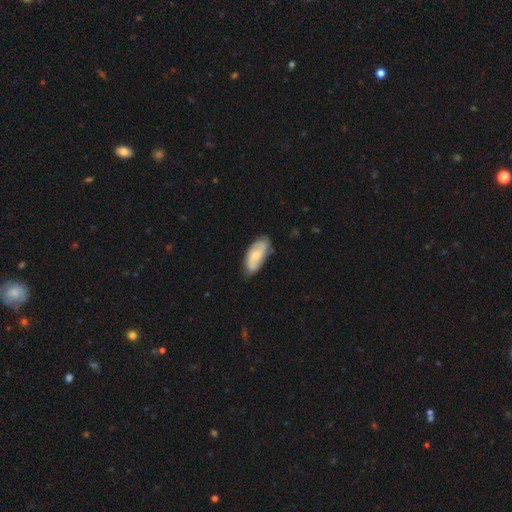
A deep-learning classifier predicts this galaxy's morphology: A smooth galaxy with no disk features (48%).

Vote fractions:
- Smooth or featured? smooth: 48% / featured or disk: 47% / star or artifact: 6%
- Merging? none: 72% / minor disturbance: 23% / major disturbance: 4% / merger: 1%